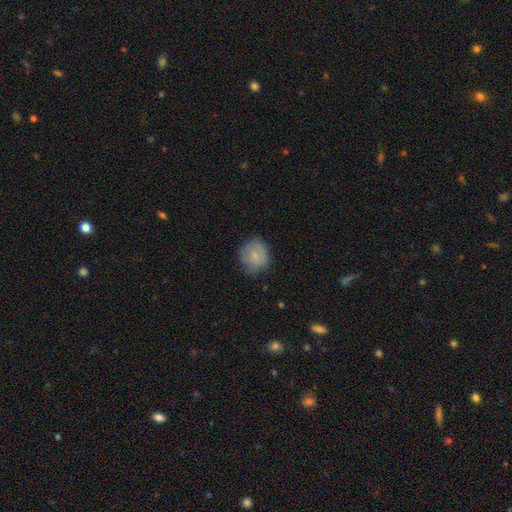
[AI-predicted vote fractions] Smooth or featured: smooth — 76% (featured or disk — 16%)
How rounded: round — 84% (in between — 15%)
Merging: none — 73% (minor disturbance — 21%)